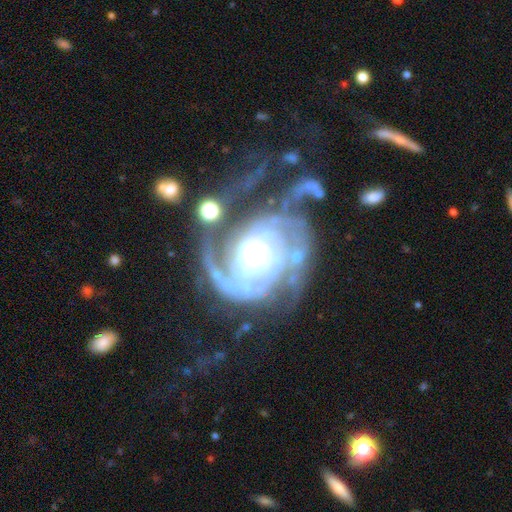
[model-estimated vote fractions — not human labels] A featured or disk galaxy (93%) with no bar (72%), 2 (33%) tight (65%) spiral arms (98%) and a moderate central bulge (65%). Merging: none (42%).